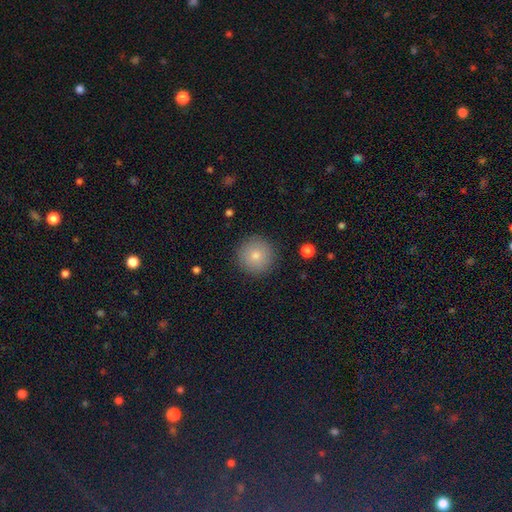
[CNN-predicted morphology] smooth-or-featured: smooth: 79% | featured or disk: 11% | star or artifact: 9%
  how-rounded: round: 96% | in between: 3% | cigar-shaped: 1%
  merging: none: 90% | minor disturbance: 7% | major disturbance: 2% | merger: 1%